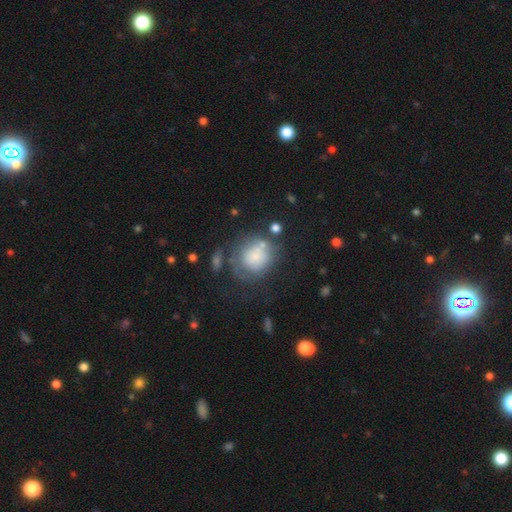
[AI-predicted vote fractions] A smooth galaxy with no disk features (65%) that is round (74%). Merging: none (43%).